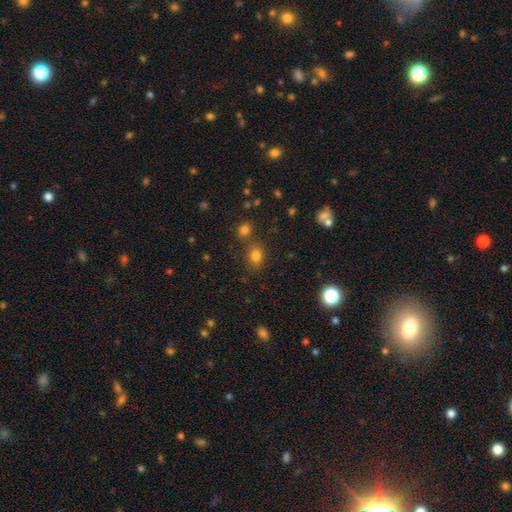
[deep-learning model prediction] smooth_or_featured: smooth (p=0.79) [alt: star or artifact p=0.15]
how_rounded: in between (p=0.51) [alt: round p=0.48]
merging: none (p=0.69) [alt: merger p=0.15]